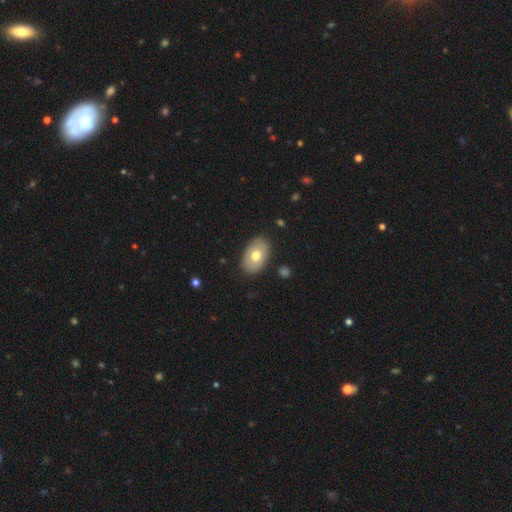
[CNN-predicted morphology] A smooth galaxy with no disk features (68%) that is in between round and cigar-shaped (89%).

Vote fractions:
- Smooth or featured? smooth: 68% / featured or disk: 26% / star or artifact: 6%
- How rounded? in between: 89% / round: 10% / cigar-shaped: 1%
- Merging? none: 85% / minor disturbance: 11% / major disturbance: 2% / merger: 1%